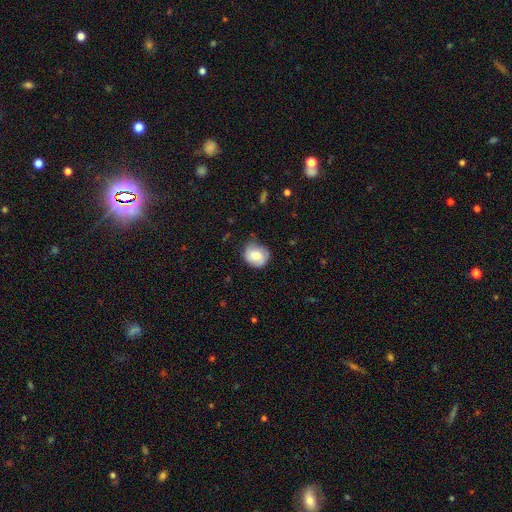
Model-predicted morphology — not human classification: smooth-or-featured: smooth: 75% | featured or disk: 17% | star or artifact: 8%
  how-rounded: round: 74% | in between: 26% | cigar-shaped: 1%
  merging: none: 63% | minor disturbance: 29% | major disturbance: 6% | merger: 2%